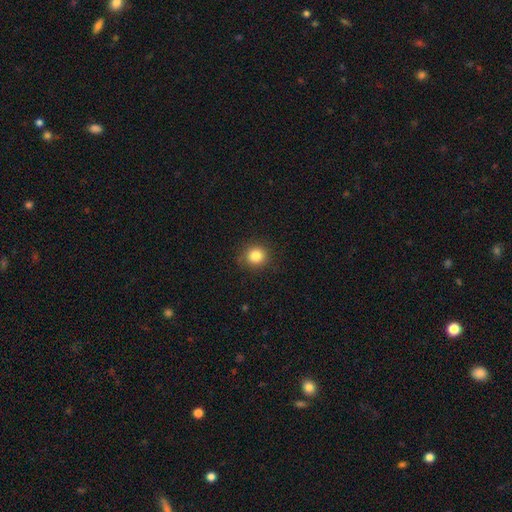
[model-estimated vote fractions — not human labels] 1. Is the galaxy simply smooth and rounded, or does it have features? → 83% smooth, 11% star or artifact, 6% featured or disk.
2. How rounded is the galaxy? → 89% round, 10% in between, 1% cigar-shaped.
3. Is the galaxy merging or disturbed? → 88% none, 8% minor disturbance, 2% major disturbance, 1% merger.